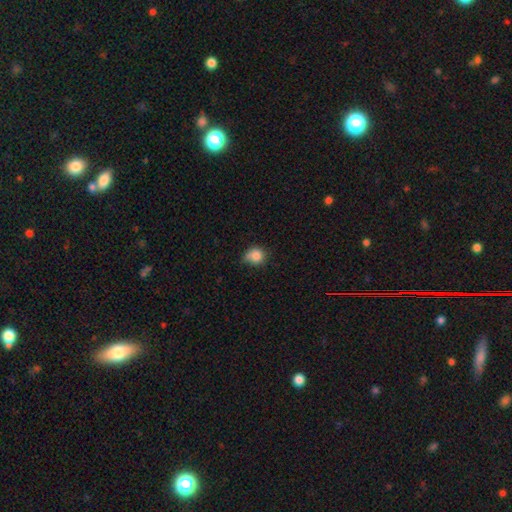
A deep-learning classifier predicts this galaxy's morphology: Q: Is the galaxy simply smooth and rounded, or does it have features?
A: smooth — 84%.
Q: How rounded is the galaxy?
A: round — 78%.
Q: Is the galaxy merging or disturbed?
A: none — 53%.